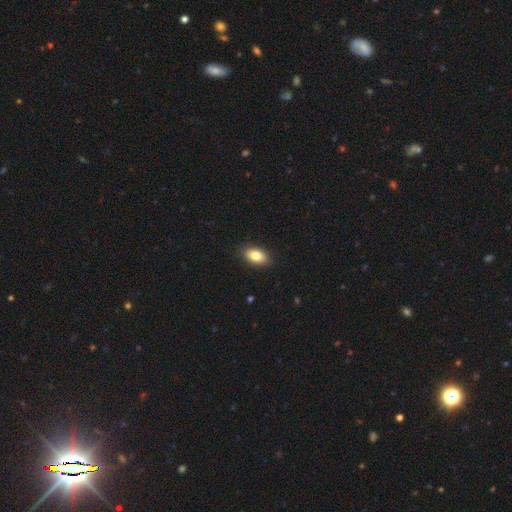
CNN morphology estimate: smooth 82%, featured or disk 11%, star or artifact 8%. Down the decision tree: how rounded — in between (90%); merging — none (87%).